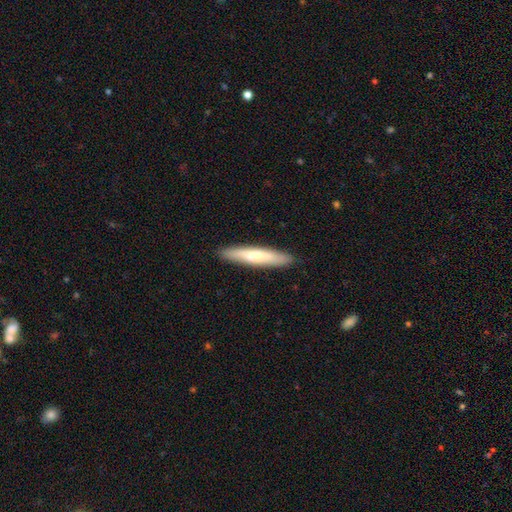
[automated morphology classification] Q: Smooth or featured?
A: smooth (64%); runner-up: featured or disk (31%)
Q: How rounded?
A: cigar-shaped (91%); runner-up: in between (8%)
Q: Merging?
A: none (90%); runner-up: minor disturbance (7%)